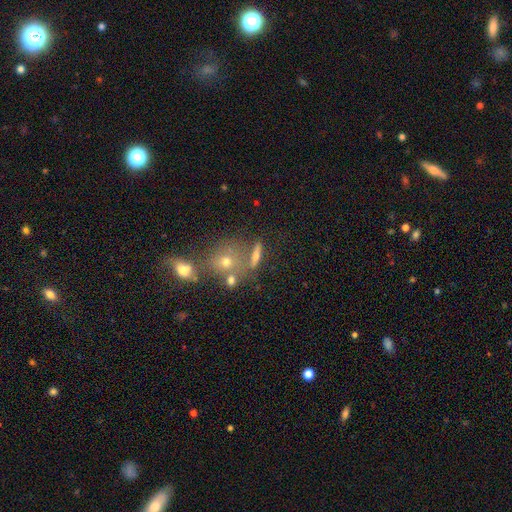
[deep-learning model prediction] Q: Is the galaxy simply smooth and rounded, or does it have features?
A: smooth — 57%.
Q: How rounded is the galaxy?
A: cigar-shaped — 52%.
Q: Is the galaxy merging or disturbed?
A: none — 62%.